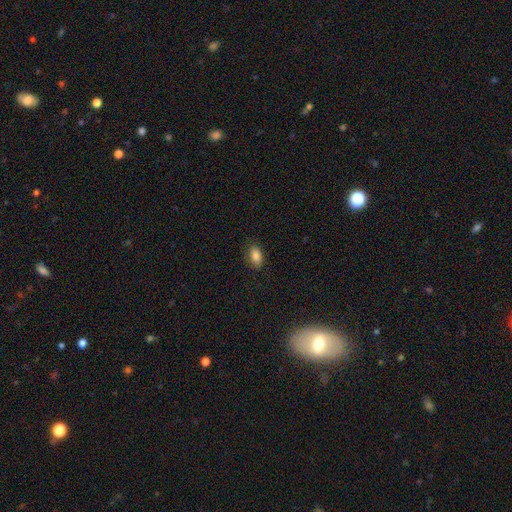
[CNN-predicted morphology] smooth 86%, star or artifact 9%, featured or disk 5%. Down the decision tree: how rounded — in between (91%); merging — none (85%).